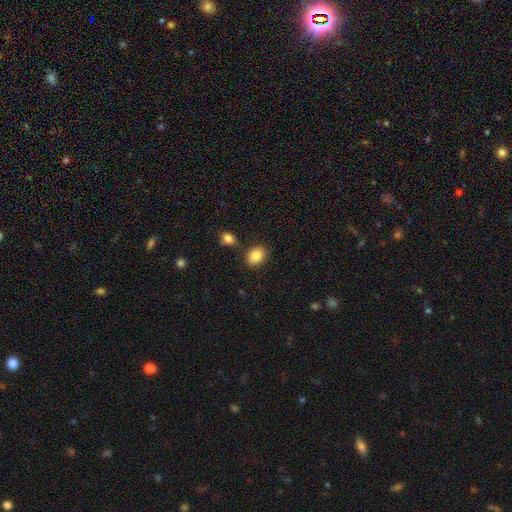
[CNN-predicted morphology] A smooth galaxy with no disk features (86%) that is in between round and cigar-shaped (64%).

Vote fractions:
- Smooth or featured? smooth: 86% / star or artifact: 8% / featured or disk: 6%
- How rounded? in between: 64% / round: 35% / cigar-shaped: 1%
- Merging? none: 81% / minor disturbance: 11% / merger: 6% / major disturbance: 3%